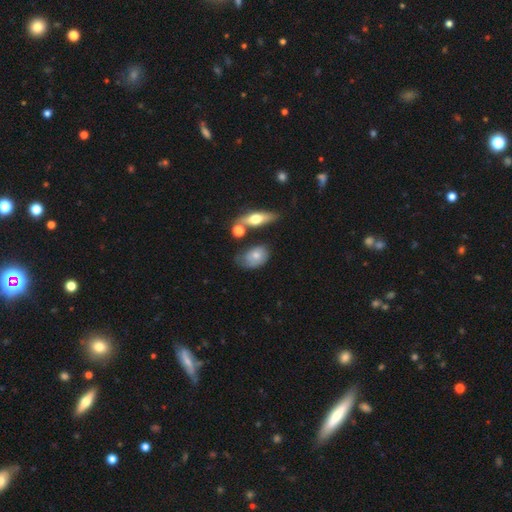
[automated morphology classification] Smooth or featured: smooth — 60% (featured or disk — 31%)
How rounded: in between — 76% (round — 20%)
Merging: none — 42% (minor disturbance — 32%)